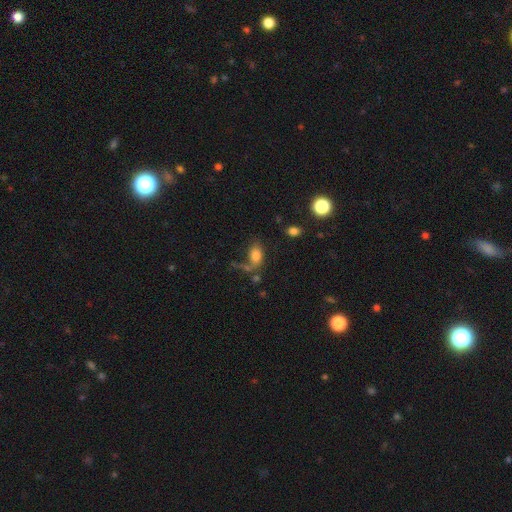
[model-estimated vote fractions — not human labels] A smooth galaxy with no disk features (74%) that is in between round and cigar-shaped (84%).

Vote fractions:
- Smooth or featured? smooth: 74% / featured or disk: 15% / star or artifact: 11%
- How rounded? in between: 84% / round: 14% / cigar-shaped: 2%
- Merging? none: 42% / major disturbance: 22% / minor disturbance: 18% / merger: 18%